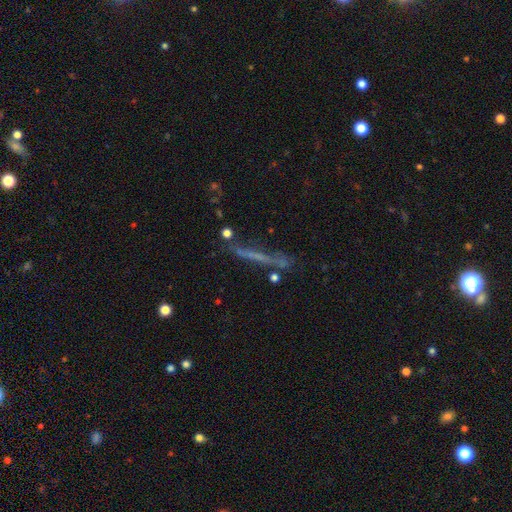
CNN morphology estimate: This is possibly a featured or disk galaxy (50%). It is clearly viewed edge-on (90%). Merging: likely none (74%).